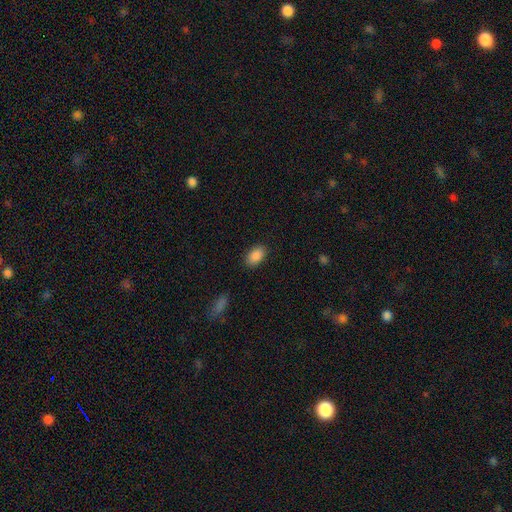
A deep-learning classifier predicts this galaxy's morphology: smooth 89%, star or artifact 8%, featured or disk 4%. Down the decision tree: how rounded — in between (91%); merging — none (87%).